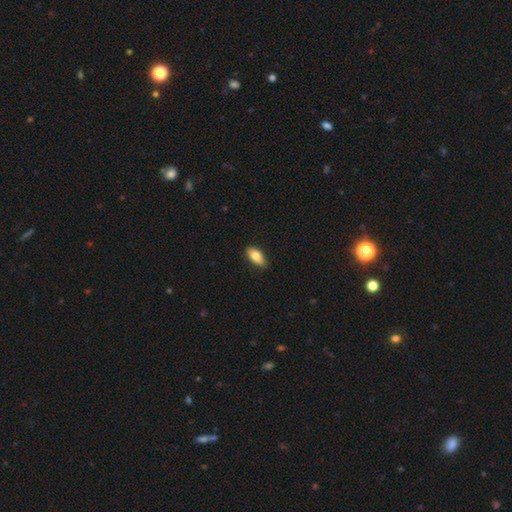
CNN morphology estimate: A smooth galaxy with no disk features (78%) that is in between round and cigar-shaped (86%). Merging: none (85%).